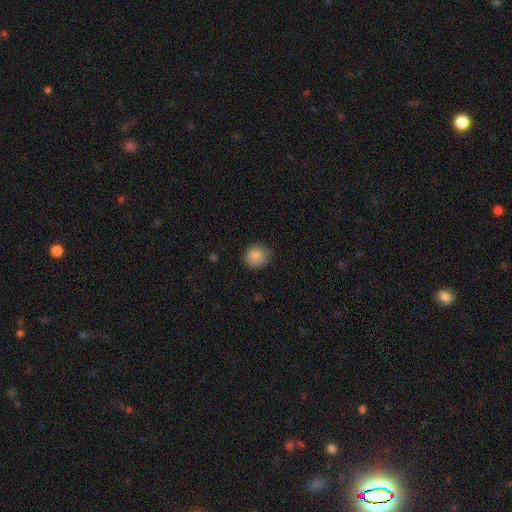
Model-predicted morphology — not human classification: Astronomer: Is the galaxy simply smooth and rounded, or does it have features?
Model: smooth — 85%.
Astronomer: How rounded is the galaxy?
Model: round — 77%.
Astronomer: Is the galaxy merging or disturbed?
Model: none — 73%.